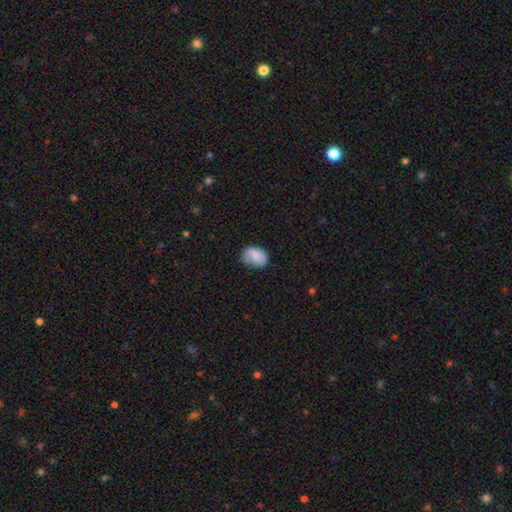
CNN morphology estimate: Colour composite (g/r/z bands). It shows a smooth galaxy with no disk features (75%) that is in between round and cigar-shaped (71%). Merging: none (63%).